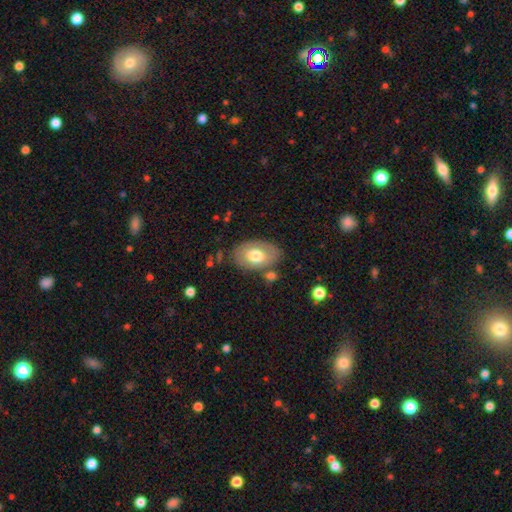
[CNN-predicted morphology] type=smooth (65%); roundness=in between (87%); merging=none (72%).